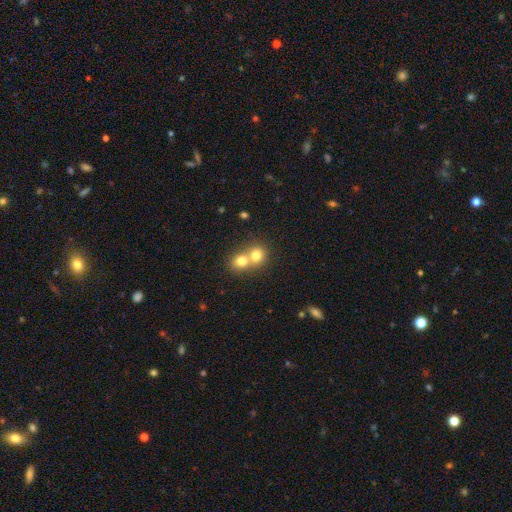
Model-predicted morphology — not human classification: Smooth or featured?
  - smooth: 75% *
  - featured or disk: 14%
  - star or artifact: 11%
How rounded?
  - round: 77% *
  - in between: 22%
  - cigar-shaped: 1%
Merging?
  - merger: 65% *
  - none: 29%
  - minor disturbance: 4%
  - major disturbance: 2%